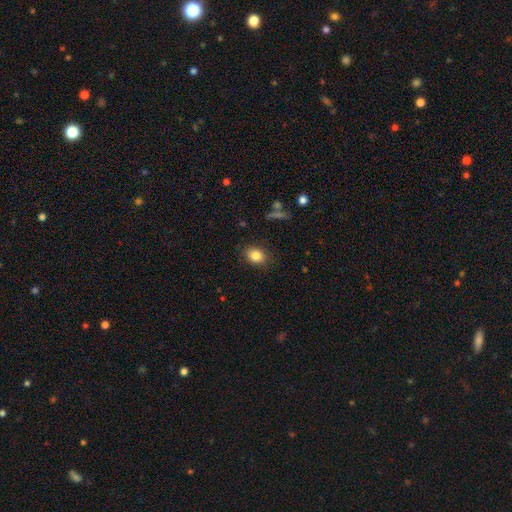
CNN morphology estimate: The model was most divided on "how rounded": in between: 60%, round: 39%, cigar-shaped: 1%. More confident: merging — none (86%); smooth or featured — smooth (83%).